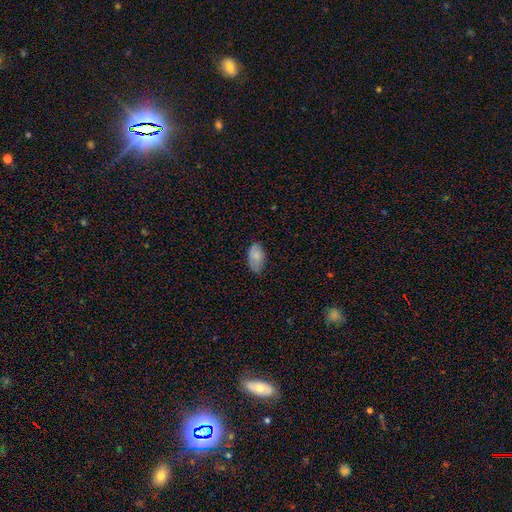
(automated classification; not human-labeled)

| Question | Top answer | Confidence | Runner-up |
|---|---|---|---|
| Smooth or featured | smooth | 82% | featured or disk (11%) |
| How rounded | in between | 94% | round (4%) |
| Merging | none | 67% | minor disturbance (27%) |